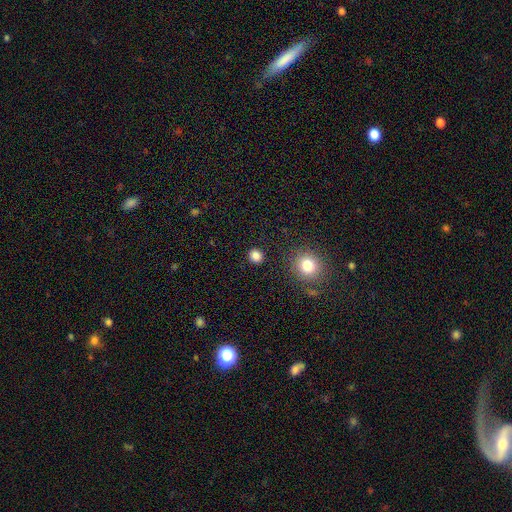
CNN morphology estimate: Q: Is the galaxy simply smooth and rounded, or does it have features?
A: smooth — 83%.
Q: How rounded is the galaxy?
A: round — 85%.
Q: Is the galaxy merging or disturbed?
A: none — 90%.